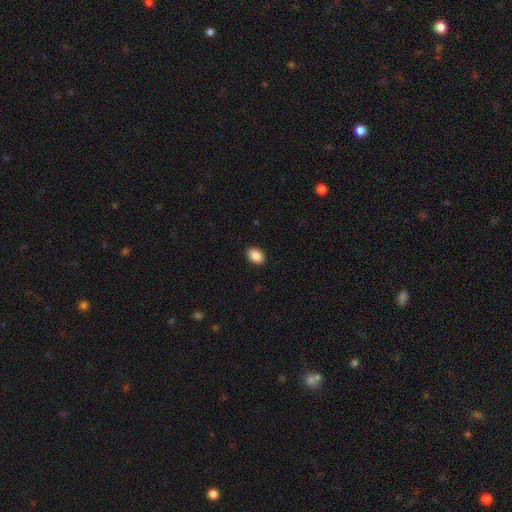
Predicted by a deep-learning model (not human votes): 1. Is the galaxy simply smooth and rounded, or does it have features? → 89% smooth, 7% star or artifact, 3% featured or disk.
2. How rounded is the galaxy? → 91% in between, 8% round, 1% cigar-shaped.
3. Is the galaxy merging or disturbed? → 90% none, 7% minor disturbance, 2% major disturbance, 1% merger.